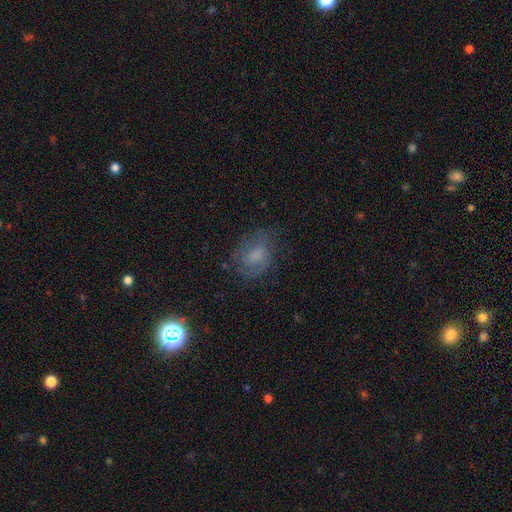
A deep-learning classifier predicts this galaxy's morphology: This is possibly a smooth galaxy (47%). Merging: likely none (60%).